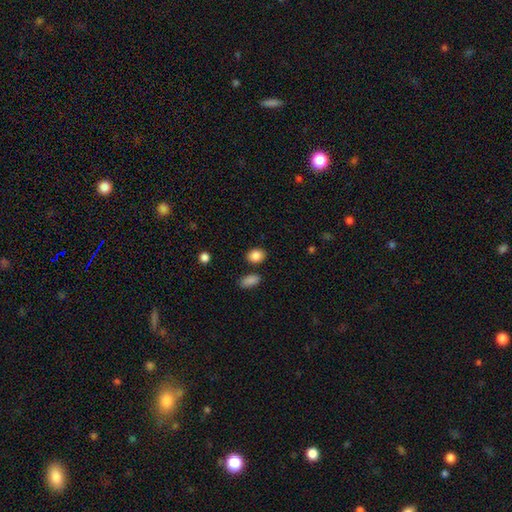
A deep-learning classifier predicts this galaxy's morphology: This appears to be a smooth galaxy with no disk features (87%) that is in between round and cigar-shaped (57%). Merging: none (82%).